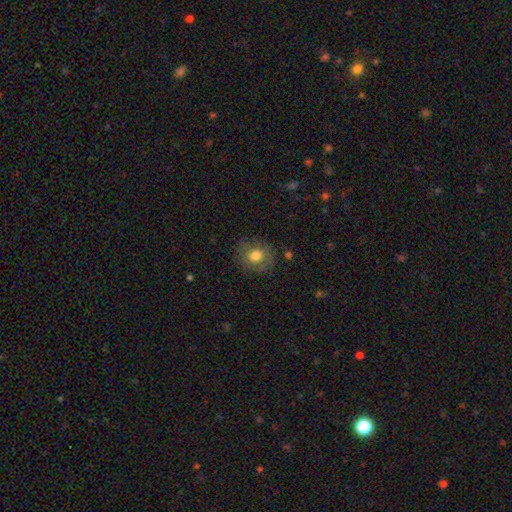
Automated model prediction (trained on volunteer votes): The model was most divided on "how rounded": round: 76%, in between: 23%, cigar-shaped: 1%. More confident: merging — none (77%); smooth or featured — smooth (74%).